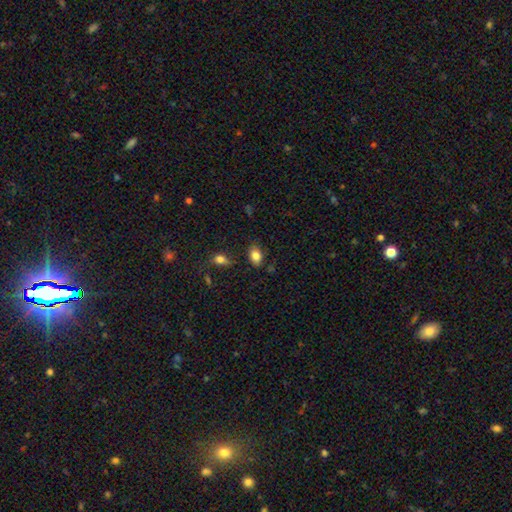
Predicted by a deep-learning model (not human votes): Smooth or featured? Predicted: smooth (p=0.83). How rounded? Predicted: in between (p=0.85). Merging? Predicted: none (p=0.79).